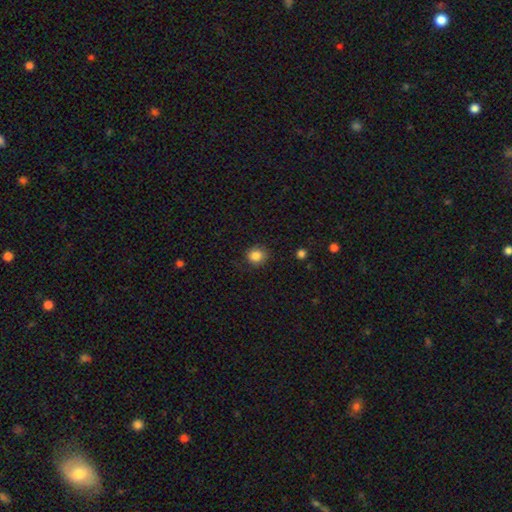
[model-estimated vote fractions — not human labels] smooth_or_featured: smooth (p=0.85) [alt: star or artifact p=0.10]
how_rounded: round (p=0.83) [alt: in between p=0.16]
merging: none (p=0.83) [alt: minor disturbance p=0.13]